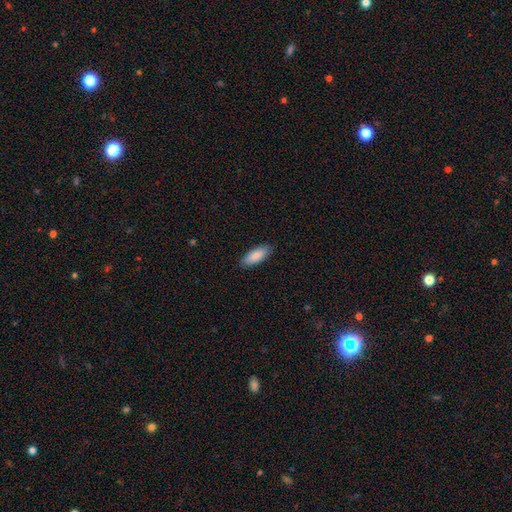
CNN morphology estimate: This is clearly a smooth galaxy (88%). How rounded: likely in between (74%). Merging: clearly none (89%).